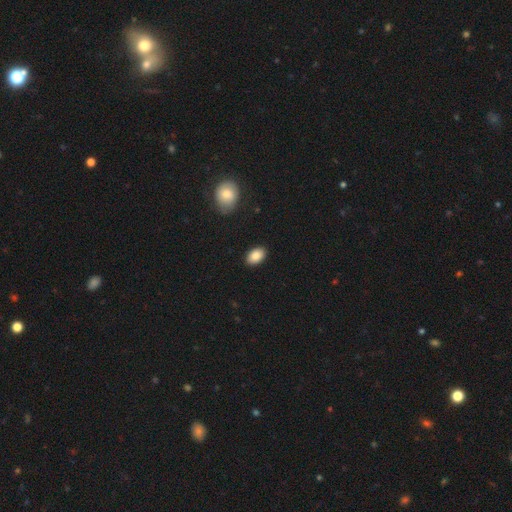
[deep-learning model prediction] Smooth or featured? Predicted: smooth (p=0.88). How rounded? Predicted: in between (p=0.91). Merging? Predicted: none (p=0.89).